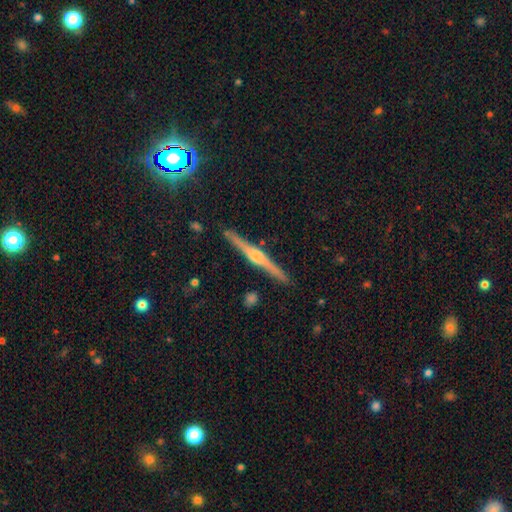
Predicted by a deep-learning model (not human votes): Overall: featured or disk (80%). Edge-on disk: yes (98%). Edge-on bulge: rounded (88%). Merging: none (91%).